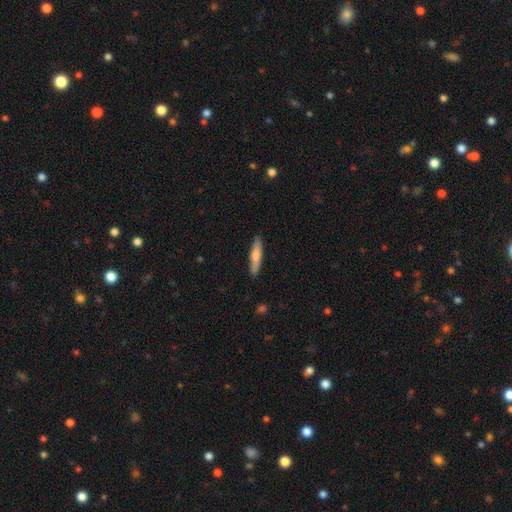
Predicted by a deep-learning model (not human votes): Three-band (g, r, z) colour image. It shows a smooth galaxy with no disk features (68%) that is cigar-shaped (85%). Merging: none (87%).